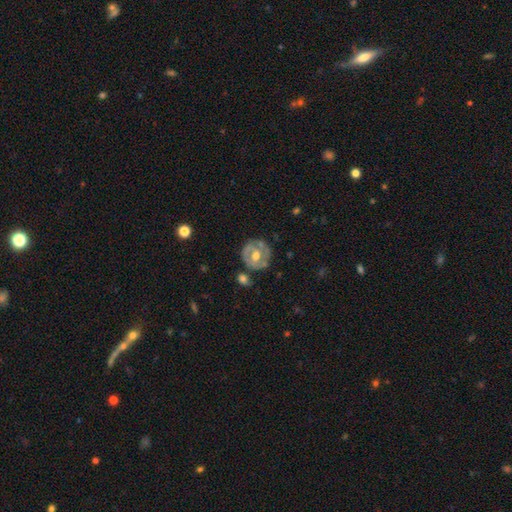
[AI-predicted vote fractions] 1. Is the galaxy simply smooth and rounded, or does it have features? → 66% featured or disk, 28% smooth, 6% star or artifact.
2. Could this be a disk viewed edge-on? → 97% no, 3% yes.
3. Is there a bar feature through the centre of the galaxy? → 51% no, 38% weak, 11% strong.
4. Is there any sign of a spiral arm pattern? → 56% yes, 44% no.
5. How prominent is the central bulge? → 77% moderate, 12% small, 9% large, 1% none, 1% dominant.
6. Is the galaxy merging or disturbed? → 68% none, 19% minor disturbance, 7% merger, 7% major disturbance.